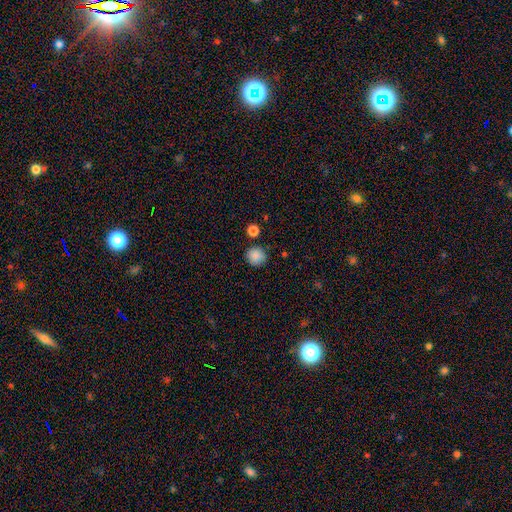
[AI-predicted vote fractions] A smooth galaxy with no disk features (87%) that is round (90%). Merging: none (83%).